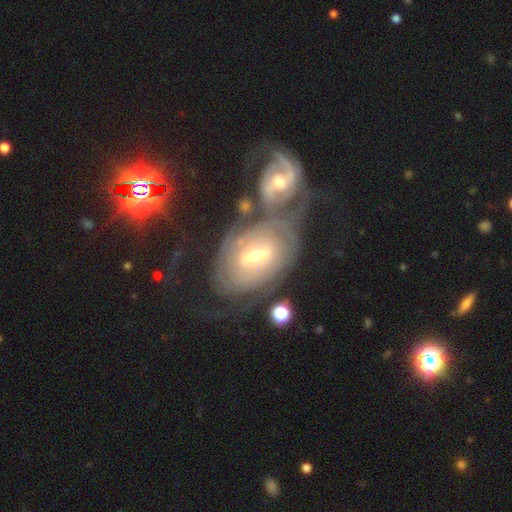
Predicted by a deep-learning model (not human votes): The model was most divided on "spiral arm count": can't tell: 43%, 2: 38%, 3: 8%, 1: 4%, 4: 4%, more than 4: 3%. Remaining: edge-on disk — no (94%); spiral arms — yes (87%); smooth or featured — featured or disk (76%); spiral winding — tight (62%); bulge size — moderate (58%); bar — weak (49%); merging — merger (47%).